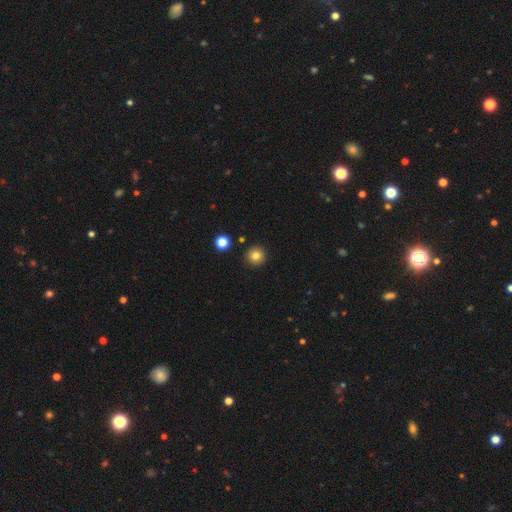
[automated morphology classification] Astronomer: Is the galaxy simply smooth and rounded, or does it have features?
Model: smooth — 81%.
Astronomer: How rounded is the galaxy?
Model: round — 96%.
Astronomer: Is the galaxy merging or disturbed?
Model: none — 92%.